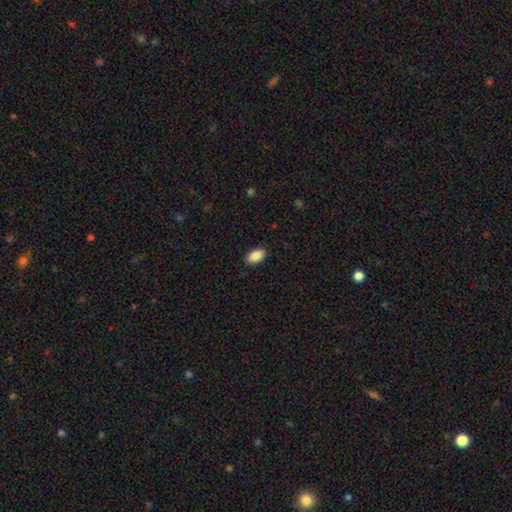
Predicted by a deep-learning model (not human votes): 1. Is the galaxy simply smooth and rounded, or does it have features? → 89% smooth, 7% star or artifact, 4% featured or disk.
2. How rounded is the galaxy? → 93% in between, 6% round, 2% cigar-shaped.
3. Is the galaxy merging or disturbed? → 89% none, 8% minor disturbance, 2% major disturbance, 1% merger.